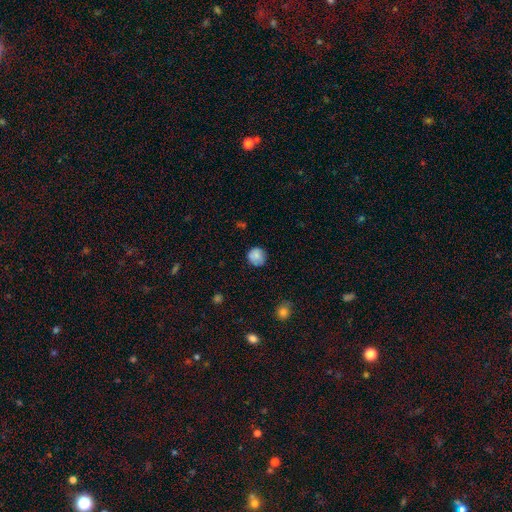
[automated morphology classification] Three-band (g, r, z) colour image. It shows a smooth galaxy with no disk features (85%) that is round (91%). Merging: none (83%).